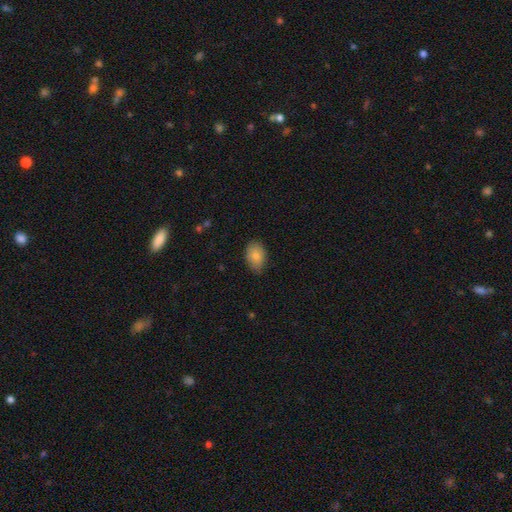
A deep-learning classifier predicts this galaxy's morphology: A smooth galaxy with no disk features (82%) that is in between round and cigar-shaped (83%). Merging: none (75%).